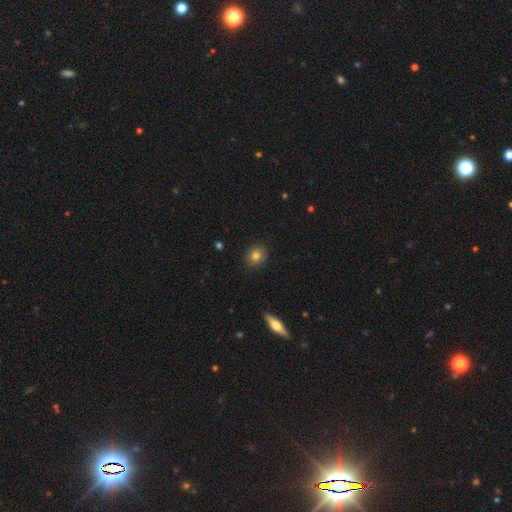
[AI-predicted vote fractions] Smooth or featured? smooth (80%)
How rounded? round (72%)
Merging? none (89%)